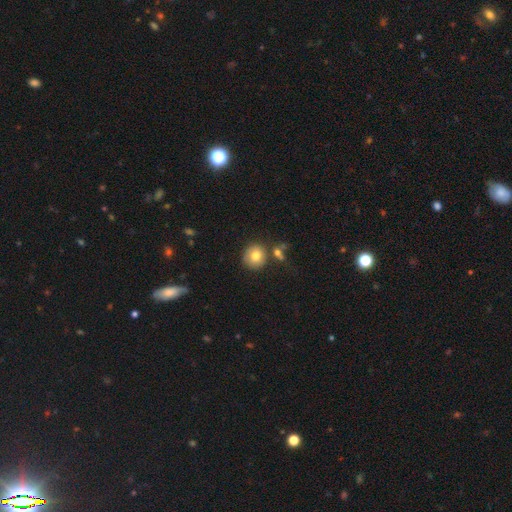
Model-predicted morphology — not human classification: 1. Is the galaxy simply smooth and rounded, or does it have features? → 78% smooth, 12% featured or disk, 10% star or artifact.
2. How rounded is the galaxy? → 89% round, 10% in between, 1% cigar-shaped.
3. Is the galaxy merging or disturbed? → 74% none, 11% minor disturbance, 11% merger, 4% major disturbance.